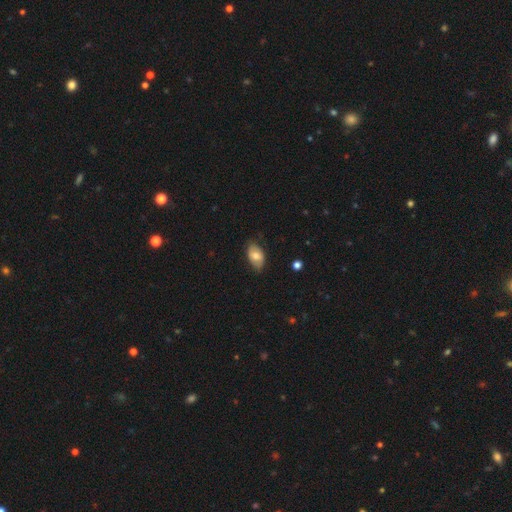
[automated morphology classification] Smooth or featured? Predicted: smooth (p=0.73). How rounded? Predicted: in between (p=0.92). Merging? Predicted: none (p=0.73).